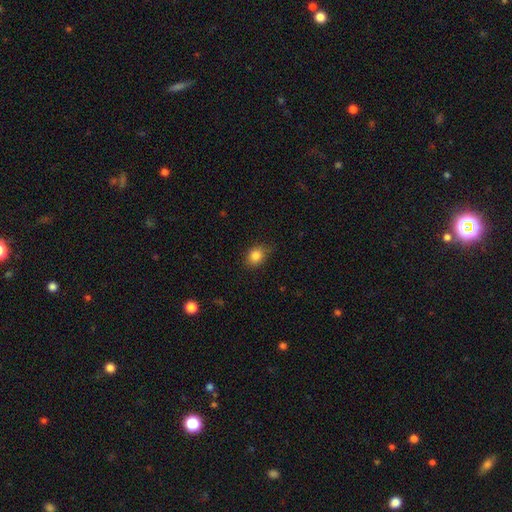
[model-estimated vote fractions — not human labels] Morphology: type=smooth (84%); roundness=round (56%); merging=none (73%).